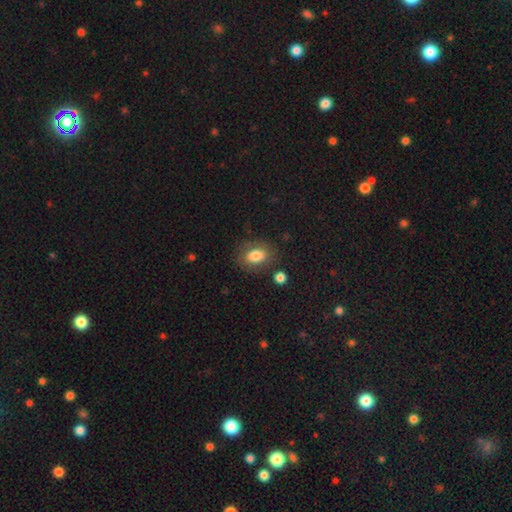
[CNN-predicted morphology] smooth 79%, featured or disk 13%, star or artifact 8%. Down the decision tree: how rounded — in between (77%); merging — none (77%).